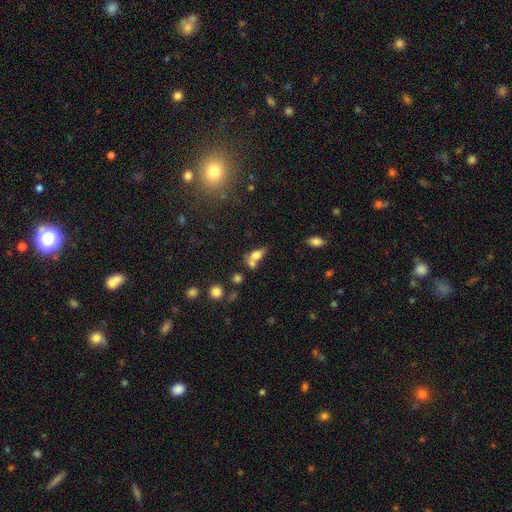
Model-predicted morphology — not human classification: Smooth or featured?
  - smooth: 68% *
  - featured or disk: 21%
  - star or artifact: 11%
How rounded?
  - in between: 77% *
  - round: 12%
  - cigar-shaped: 12%
Merging?
  - merger: 51% *
  - none: 30%
  - minor disturbance: 12%
  - major disturbance: 7%